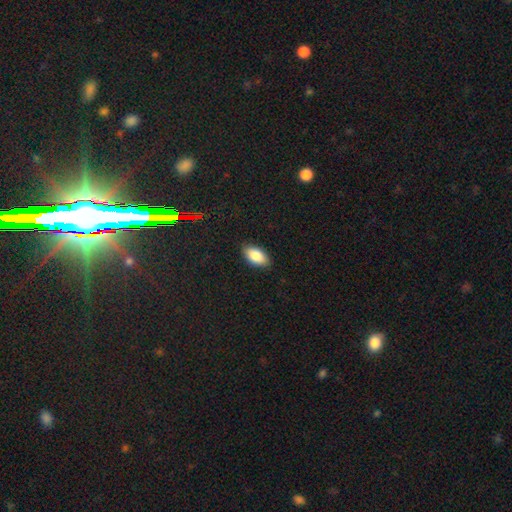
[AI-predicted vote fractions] Smooth or featured? Predicted: smooth (p=0.86). How rounded? Predicted: in between (p=0.94). Merging? Predicted: none (p=0.87).